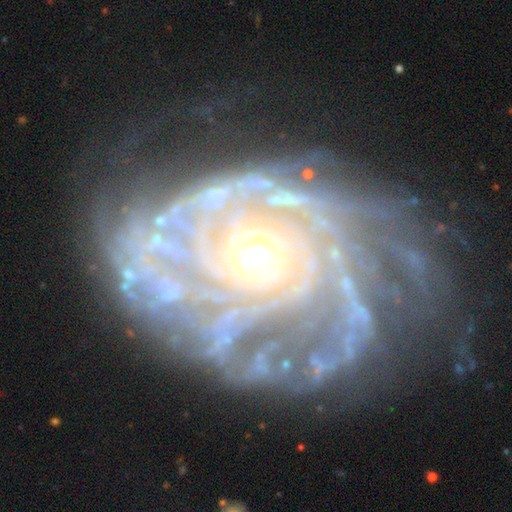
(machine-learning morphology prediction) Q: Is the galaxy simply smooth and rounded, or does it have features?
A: featured or disk — 90%.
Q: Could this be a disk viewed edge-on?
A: no — 97%.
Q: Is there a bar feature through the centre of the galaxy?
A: no — 79%.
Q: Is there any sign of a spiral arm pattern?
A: yes — 96%.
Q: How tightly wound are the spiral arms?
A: tight — 73%.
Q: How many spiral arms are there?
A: can't tell — 31%.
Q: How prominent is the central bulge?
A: small — 52%.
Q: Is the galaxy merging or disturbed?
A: none — 59%.